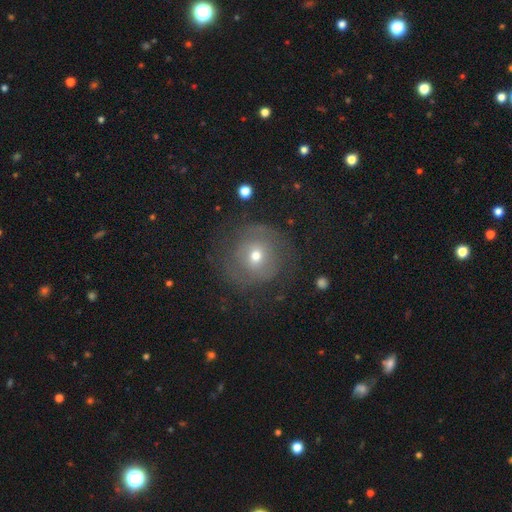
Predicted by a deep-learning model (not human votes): Q: Smooth or featured?
A: featured or disk (44%); runner-up: smooth (43%)
Q: Merging?
A: none (65%); runner-up: minor disturbance (18%)